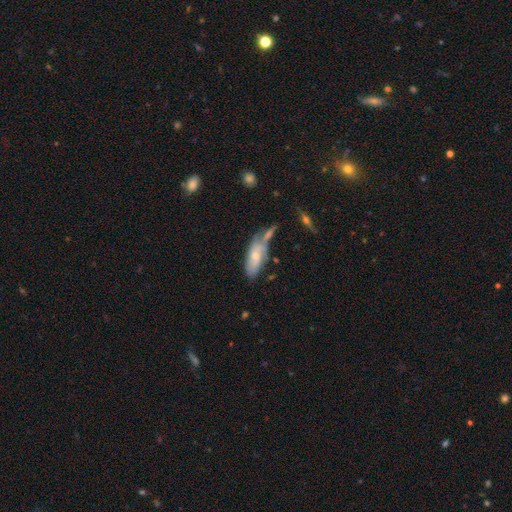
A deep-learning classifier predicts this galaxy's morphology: Q: Smooth or featured?
A: smooth (56%); runner-up: featured or disk (37%)
Q: How rounded?
A: in between (78%); runner-up: cigar-shaped (20%)
Q: Merging?
A: none (40%); runner-up: merger (27%)